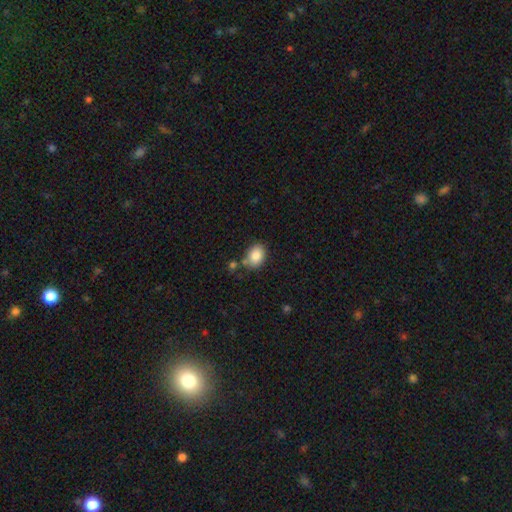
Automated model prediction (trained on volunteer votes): The model was most divided on "how rounded": in between: 69%, round: 30%, cigar-shaped: 1%. More confident: smooth or featured — smooth (86%); merging — none (70%).